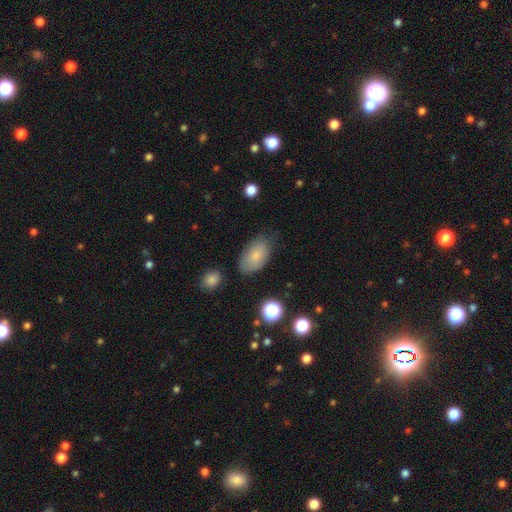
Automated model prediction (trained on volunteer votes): The model was most divided on "merging": none: 72%, minor disturbance: 20%, major disturbance: 5%, merger: 2%. More confident: how rounded — in between (93%); smooth or featured — smooth (78%).